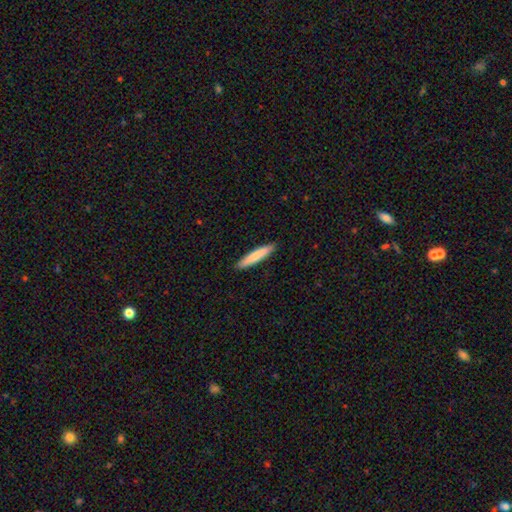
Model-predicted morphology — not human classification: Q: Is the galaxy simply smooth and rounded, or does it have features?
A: smooth — 81%.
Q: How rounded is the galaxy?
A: cigar-shaped — 92%.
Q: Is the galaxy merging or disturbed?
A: none — 91%.